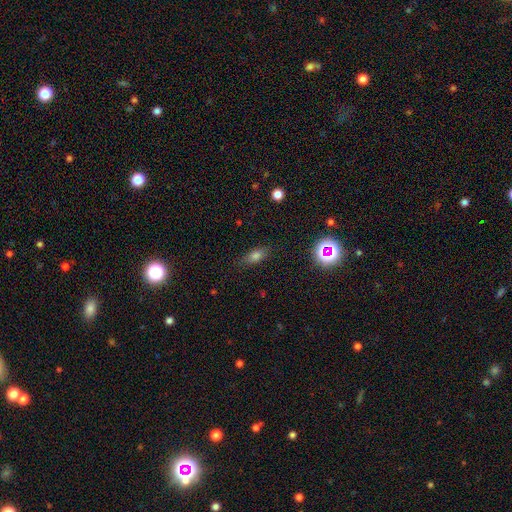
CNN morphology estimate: Smooth or featured? Predicted: smooth (p=0.72). How rounded? Predicted: in between (p=0.76). Merging? Predicted: none (p=0.81).